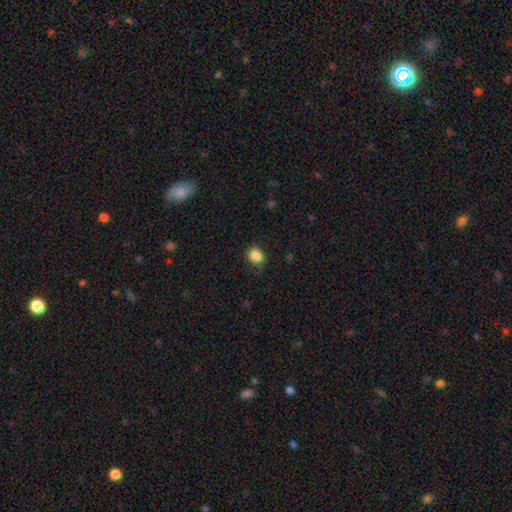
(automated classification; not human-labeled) This appears to be a smooth galaxy with no disk features (86%) that is round (72%). Merging: none (78%).